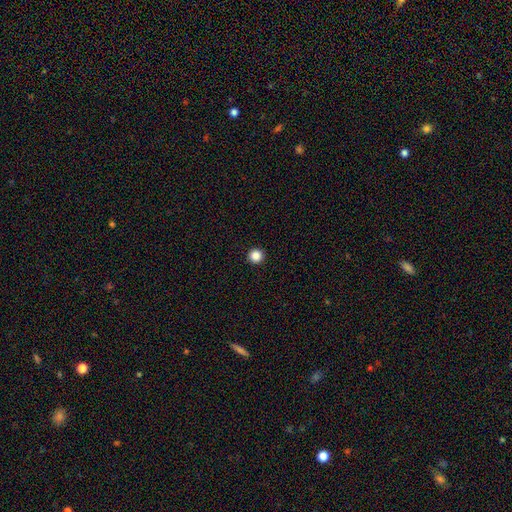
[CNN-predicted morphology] type=smooth (86%); roundness=round (96%); merging=none (94%).